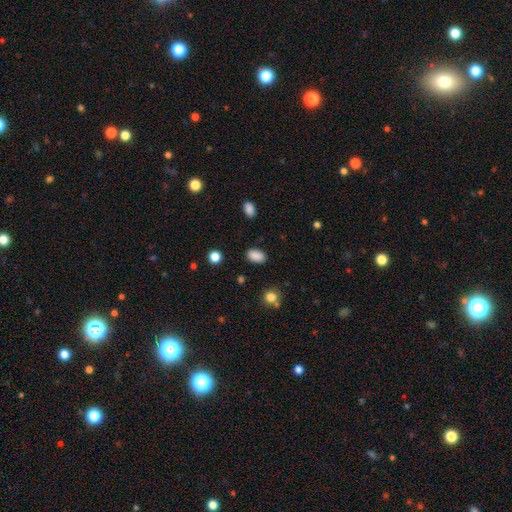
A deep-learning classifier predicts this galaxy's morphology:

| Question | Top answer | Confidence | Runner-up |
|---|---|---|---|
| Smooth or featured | smooth | 87% | star or artifact (9%) |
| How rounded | in between | 90% | round (8%) |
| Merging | none | 87% | minor disturbance (9%) |